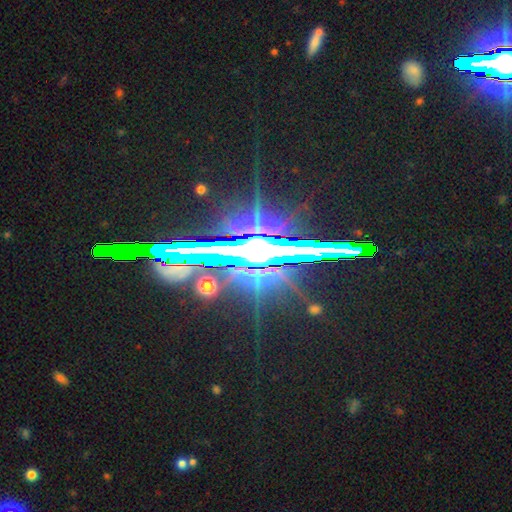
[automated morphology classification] star or artifact 74%, featured or disk 15%, smooth 11%.